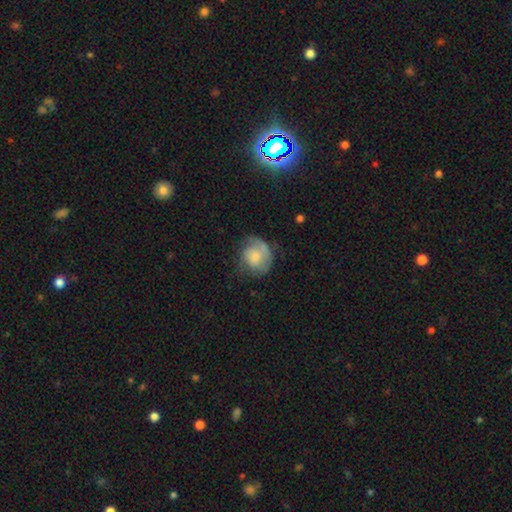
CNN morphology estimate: A smooth galaxy with no disk features (59%) that is round (72%).

Vote fractions:
- Smooth or featured? smooth: 59% / featured or disk: 34% / star or artifact: 8%
- How rounded? round: 72% / in between: 27% / cigar-shaped: 1%
- Merging? none: 49% / minor disturbance: 30% / major disturbance: 19% / merger: 2%